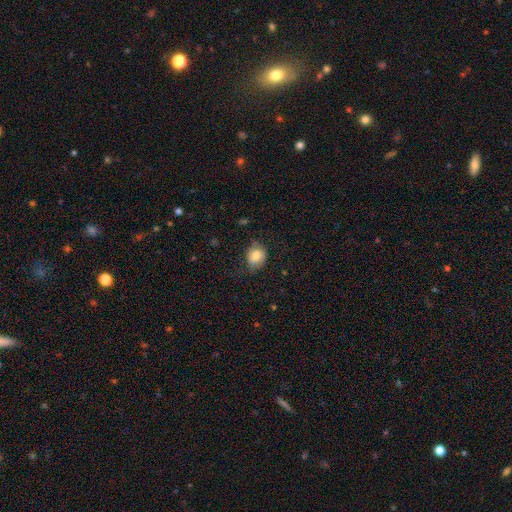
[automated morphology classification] This is likely a smooth galaxy (75%). How rounded: possibly round (58%). Merging: likely none (62%).